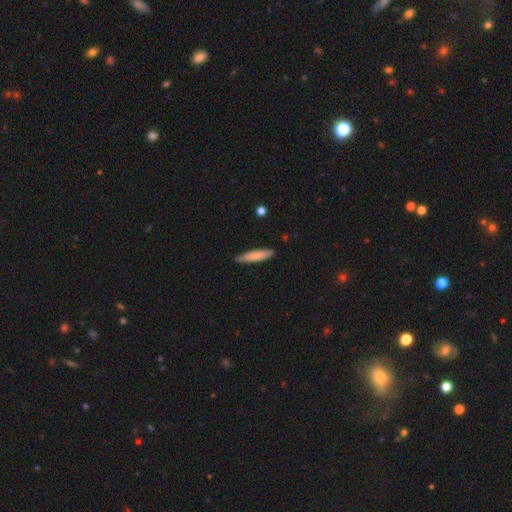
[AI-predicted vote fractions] smooth_or_featured: smooth (p=0.80) [alt: featured or disk p=0.15]
how_rounded: cigar-shaped (p=0.85) [alt: in between p=0.14]
merging: none (p=0.86) [alt: minor disturbance p=0.11]